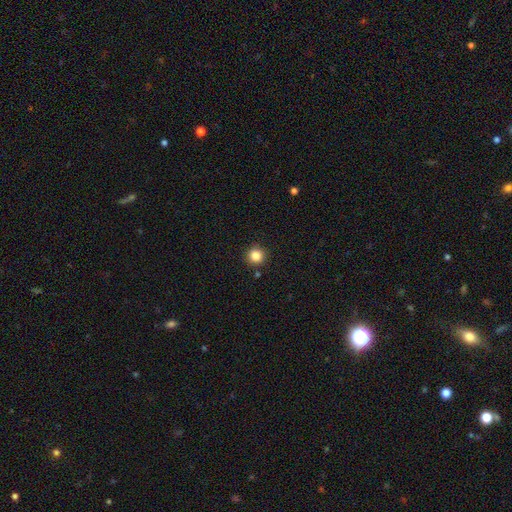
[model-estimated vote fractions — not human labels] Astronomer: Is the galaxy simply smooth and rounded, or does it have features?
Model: smooth — 85%.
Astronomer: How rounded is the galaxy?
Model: round — 94%.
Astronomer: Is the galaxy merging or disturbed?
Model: none — 90%.